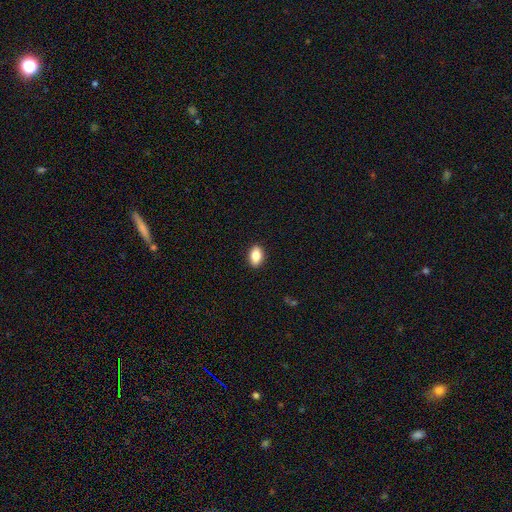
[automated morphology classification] Q: Smooth or featured?
A: smooth (83%); runner-up: featured or disk (10%)
Q: How rounded?
A: in between (86%); runner-up: round (12%)
Q: Merging?
A: none (90%); runner-up: minor disturbance (7%)